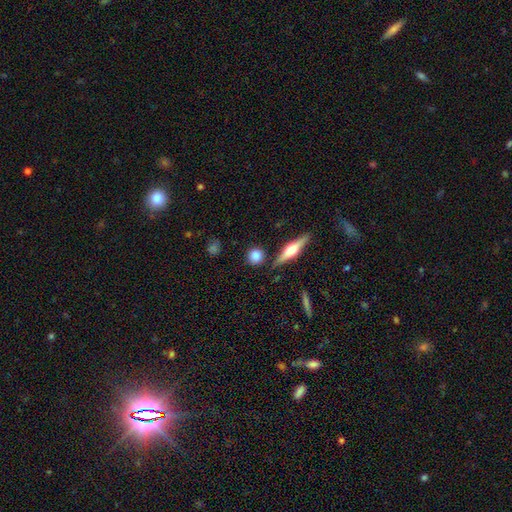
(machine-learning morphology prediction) type=smooth (79%); roundness=round (87%); merging=none (84%).